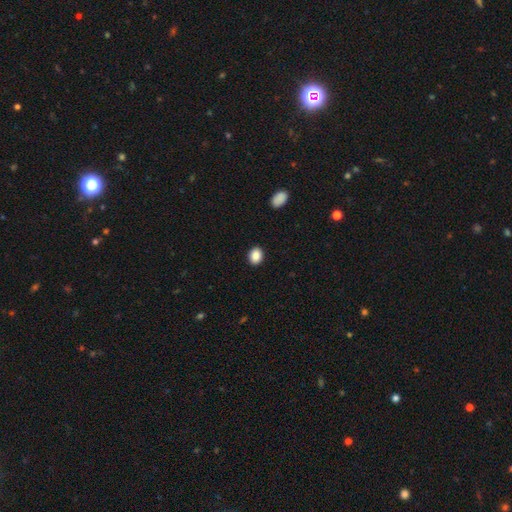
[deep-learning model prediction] Morphology: type=smooth (88%); roundness=in between (50%); merging=none (91%).